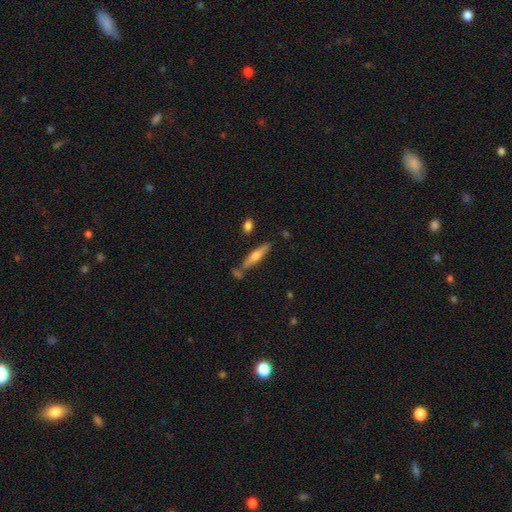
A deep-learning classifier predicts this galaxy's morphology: The model was most divided on "smooth or featured": featured or disk: 47%, smooth: 46%, star or artifact: 7%. More confident: merging — none (72%).